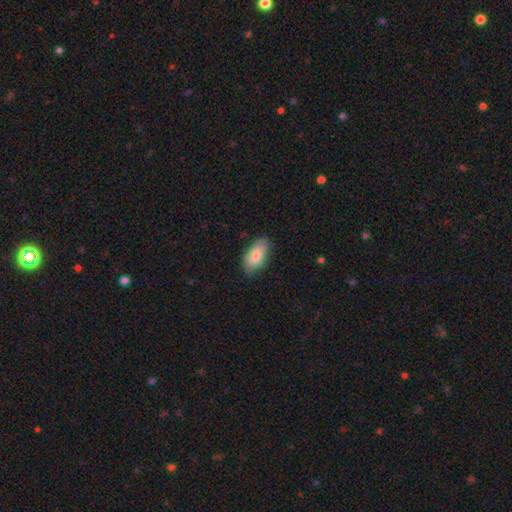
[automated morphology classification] smooth_or_featured: smooth (p=0.81) [alt: featured or disk p=0.13]
how_rounded: in between (p=0.92) [alt: cigar-shaped p=0.05]
merging: none (p=0.76) [alt: minor disturbance p=0.20]